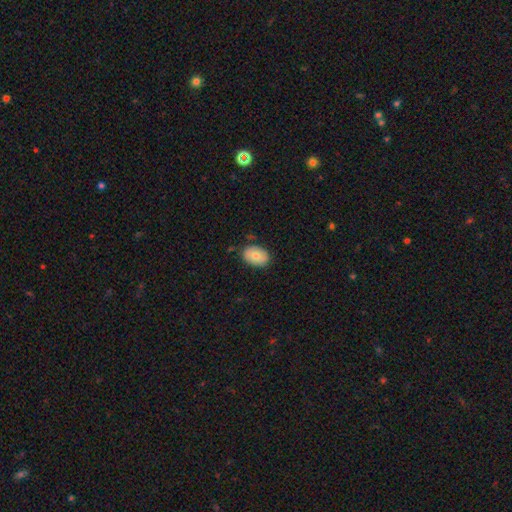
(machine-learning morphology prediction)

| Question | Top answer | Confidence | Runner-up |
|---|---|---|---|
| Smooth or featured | smooth | 77% | featured or disk (16%) |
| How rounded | in between | 79% | round (20%) |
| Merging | none | 83% | minor disturbance (13%) |